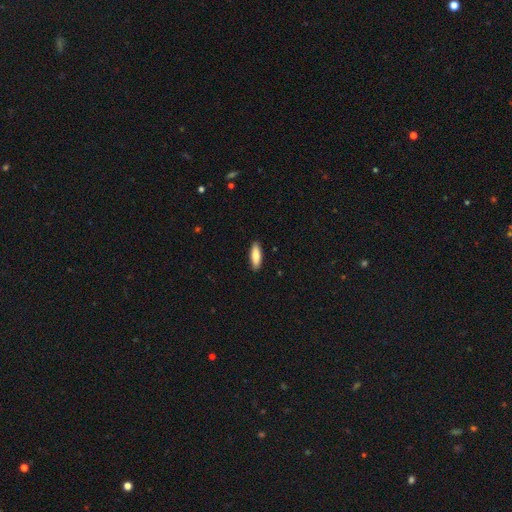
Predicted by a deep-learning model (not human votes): smooth-or-featured: smooth: 82% | featured or disk: 12% | star or artifact: 5%
  how-rounded: in between: 55% | cigar-shaped: 44% | round: 2%
  merging: none: 89% | minor disturbance: 8% | major disturbance: 2% | merger: 1%